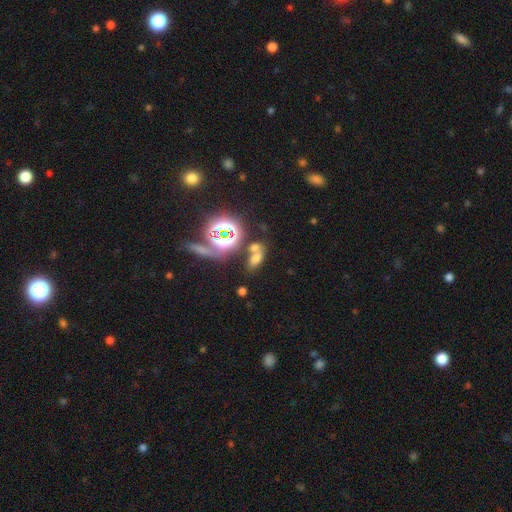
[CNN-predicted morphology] type=smooth (54%); roundness=in between (75%); merging=none (47%).